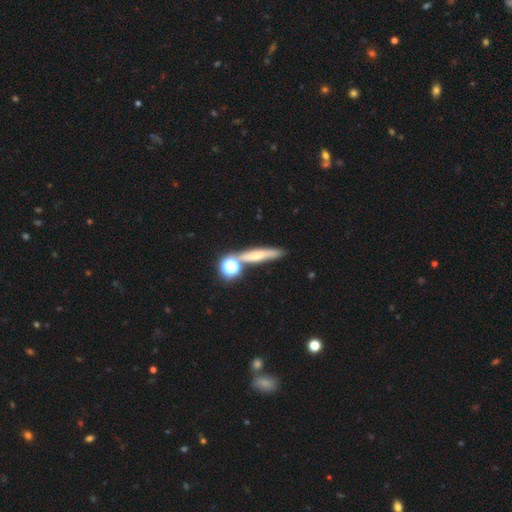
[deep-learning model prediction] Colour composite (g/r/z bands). It shows a smooth galaxy with no disk features (52%) that is cigar-shaped (61%). Merging: none (67%).